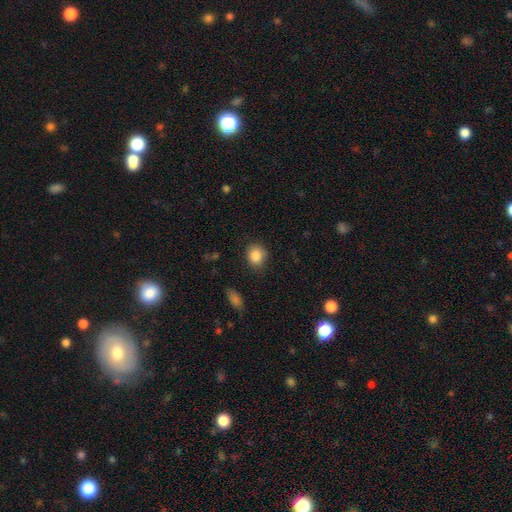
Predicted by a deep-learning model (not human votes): smooth_or_featured: smooth (p=0.86) [alt: star or artifact p=0.09]
how_rounded: round (p=0.71) [alt: in between p=0.28]
merging: none (p=0.83) [alt: minor disturbance p=0.12]